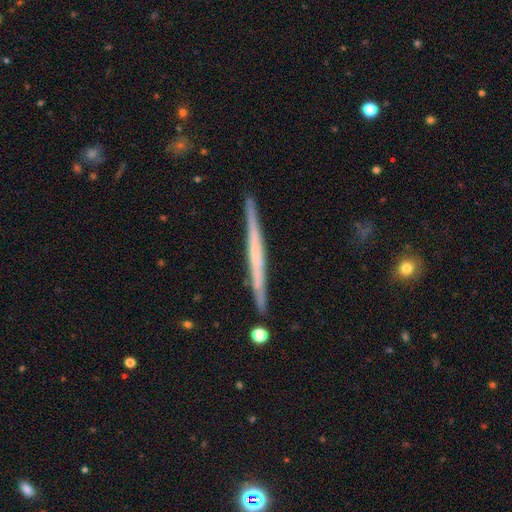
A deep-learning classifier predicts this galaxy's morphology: type=featured or disk (62%); edge-on=yes (98%); edge-on bulge=none (84%); merging=none (91%).